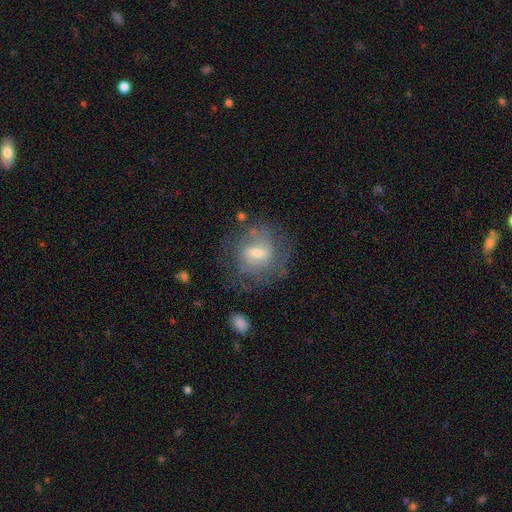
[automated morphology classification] This appears to be a featured or disk galaxy (57%) with a weak bar (48%), spiral arms (65%) and a moderate central bulge (48%). Merging: none (71%).